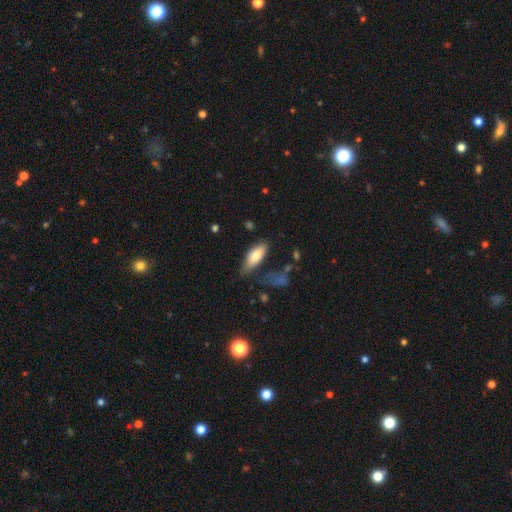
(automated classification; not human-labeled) Smooth or featured? smooth (76%)
How rounded? in between (77%)
Merging? none (52%)